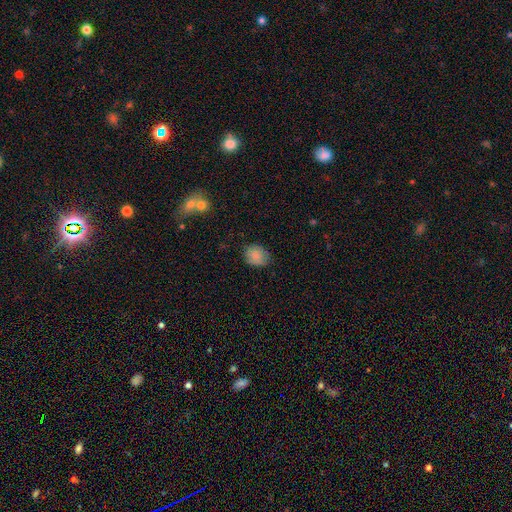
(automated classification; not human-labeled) A smooth galaxy with no disk features (84%) that is round (54%). Merging: none (78%).